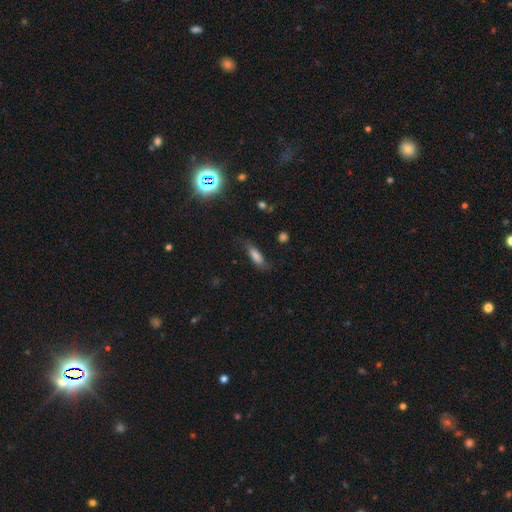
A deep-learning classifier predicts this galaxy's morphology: This is likely a smooth galaxy (71%). How rounded: possibly in between (50%). Merging: likely none (66%).